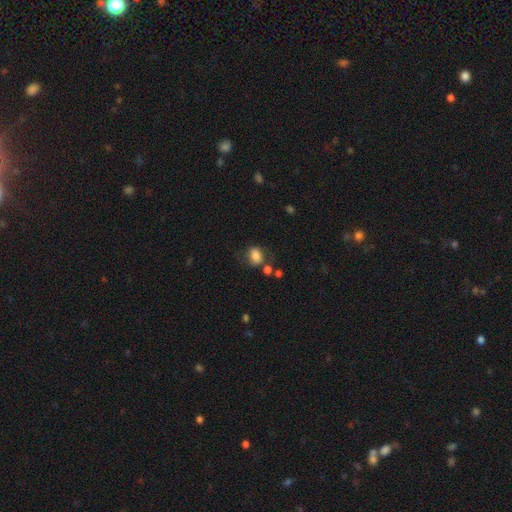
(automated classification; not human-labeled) smooth_or_featured: smooth (p=0.78) [alt: featured or disk p=0.13]
how_rounded: in between (p=0.62) [alt: round p=0.37]
merging: none (p=0.56) [alt: minor disturbance p=0.22]